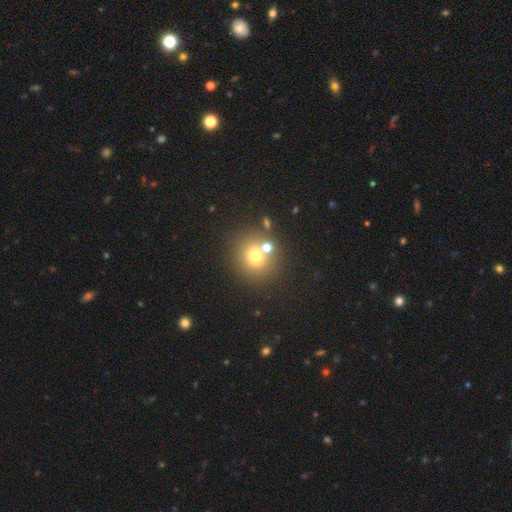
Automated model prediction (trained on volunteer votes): A smooth galaxy with no disk features (68%) that is round (88%).

Vote fractions:
- Smooth or featured? smooth: 68% / star or artifact: 17% / featured or disk: 14%
- How rounded? round: 88% / in between: 11% / cigar-shaped: 1%
- Merging? none: 67% / merger: 21% / minor disturbance: 9% / major disturbance: 4%